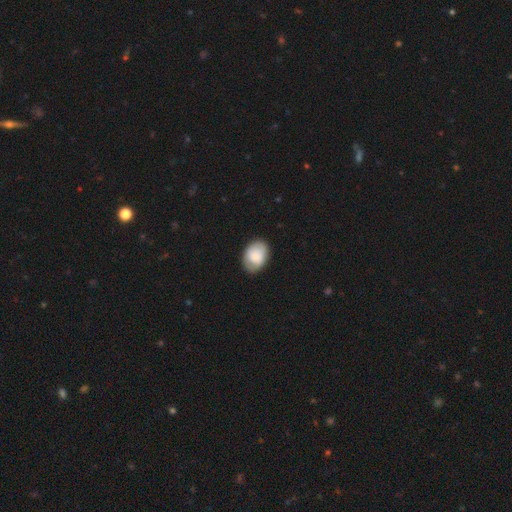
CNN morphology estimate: Smooth or featured? Predicted: smooth (p=0.81). How rounded? Predicted: in between (p=0.77). Merging? Predicted: none (p=0.77).